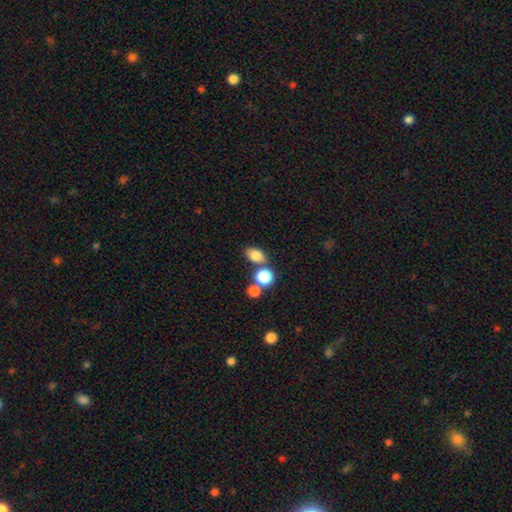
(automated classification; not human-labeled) smooth-or-featured: smooth: 81% | star or artifact: 11% | featured or disk: 8%
  how-rounded: in between: 74% | round: 23% | cigar-shaped: 2%
  merging: none: 63% | merger: 21% | minor disturbance: 12% | major disturbance: 4%